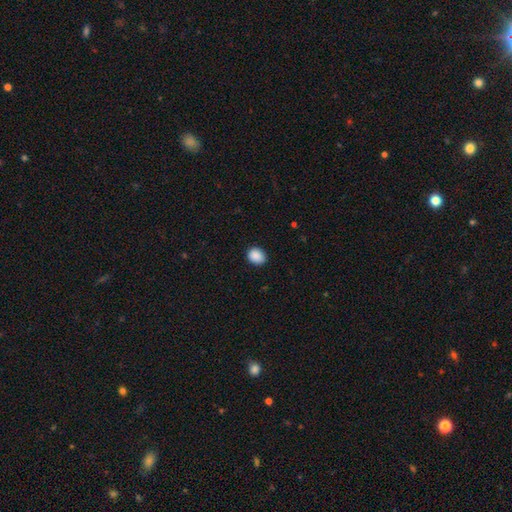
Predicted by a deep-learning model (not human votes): This appears to be a smooth galaxy with no disk features (90%) that is in between round and cigar-shaped (51%). Merging: none (87%).